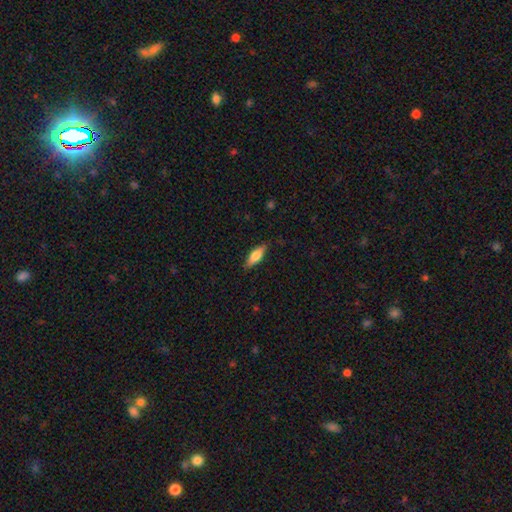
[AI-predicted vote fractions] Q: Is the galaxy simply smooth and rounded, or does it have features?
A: smooth — 66%.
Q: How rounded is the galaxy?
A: in between — 55%.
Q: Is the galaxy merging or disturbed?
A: none — 86%.